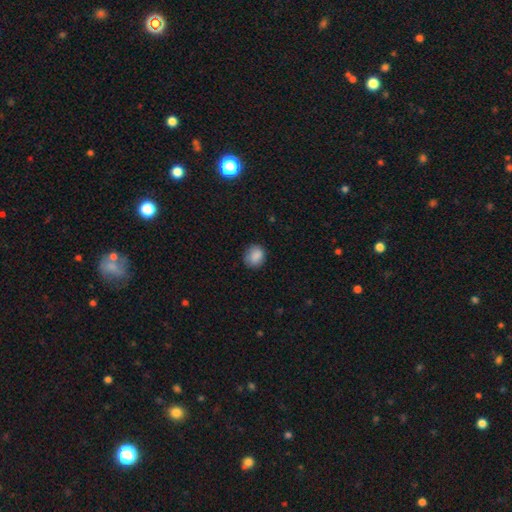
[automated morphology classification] Smooth or featured? Predicted: smooth (p=0.87). How rounded? Predicted: round (p=0.67). Merging? Predicted: none (p=0.79).